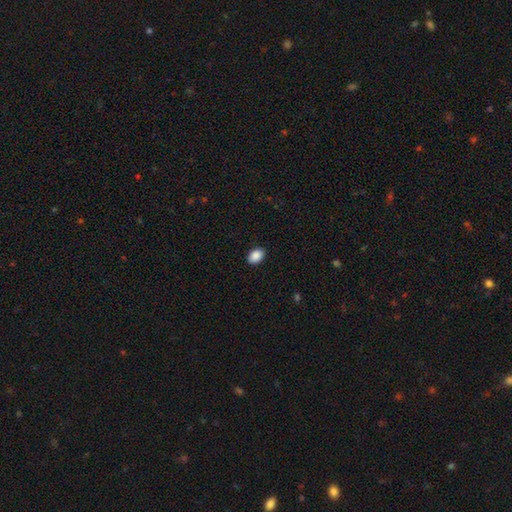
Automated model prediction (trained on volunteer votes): Overall: smooth (89%). How rounded: in between (79%). Merging: none (90%).